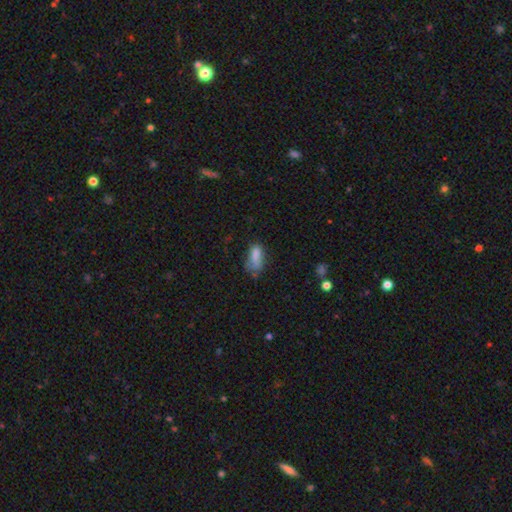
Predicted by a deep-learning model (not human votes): A smooth galaxy with no disk features (78%) that is in between round and cigar-shaped (84%).

Vote fractions:
- Smooth or featured? smooth: 78% / featured or disk: 12% / star or artifact: 10%
- How rounded? in between: 84% / cigar-shaped: 12% / round: 4%
- Merging? none: 38% / minor disturbance: 34% / major disturbance: 22% / merger: 6%